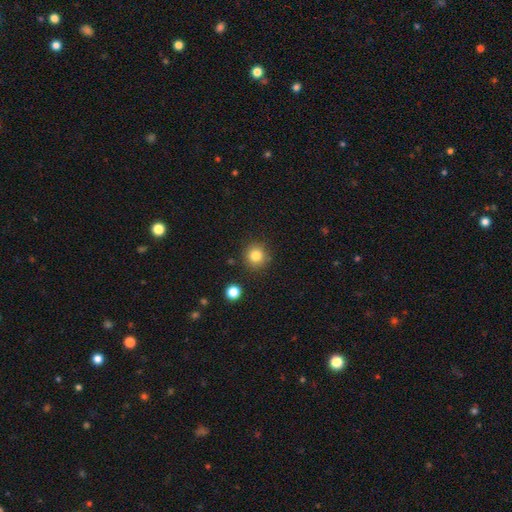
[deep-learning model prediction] Morphology: type=smooth (82%); roundness=round (92%); merging=none (87%).